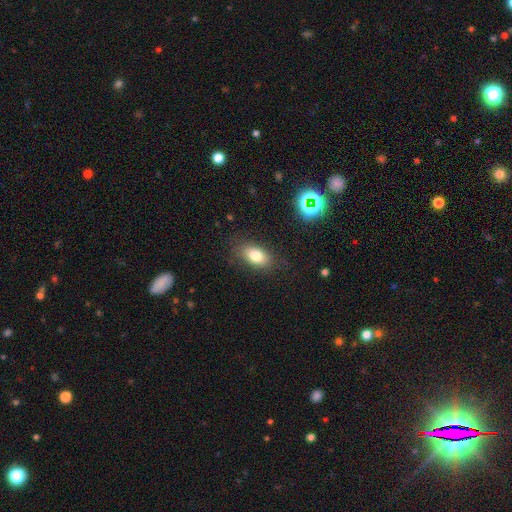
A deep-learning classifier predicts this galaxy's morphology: A smooth galaxy with no disk features (78%) that is in between round and cigar-shaped (87%). Merging: none (83%).